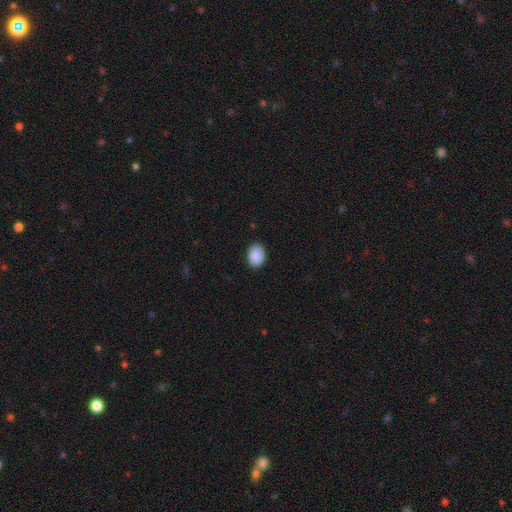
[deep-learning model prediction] smooth 90%, star or artifact 7%, featured or disk 3%. Down the decision tree: how rounded — in between (77%); merging — none (87%).